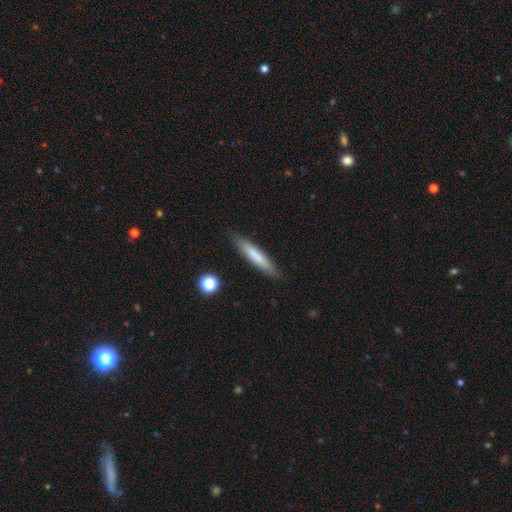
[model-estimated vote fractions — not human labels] Smooth or featured? smooth (72%)
How rounded? cigar-shaped (90%)
Merging? none (87%)